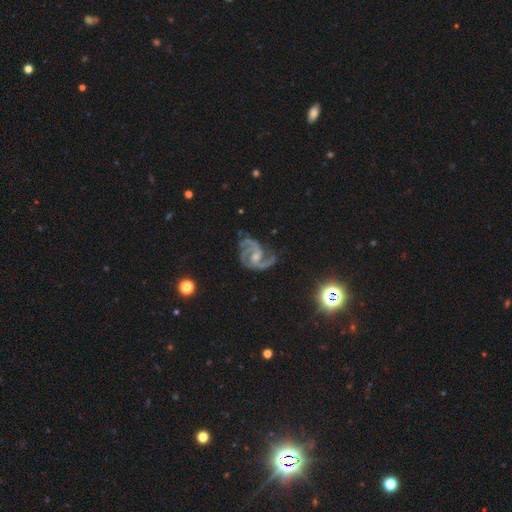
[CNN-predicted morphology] Smooth or featured? Predicted: featured or disk (p=0.91). Edge-on disk? Predicted: no (p=0.98). Bar? Predicted: no (p=0.49). Spiral arms? Predicted: yes (p=0.98). Spiral winding? Predicted: medium (p=0.59). Spiral arm count? Predicted: 2 (p=0.51). Bulge size? Predicted: small (p=0.48). Merging? Predicted: none (p=0.61).